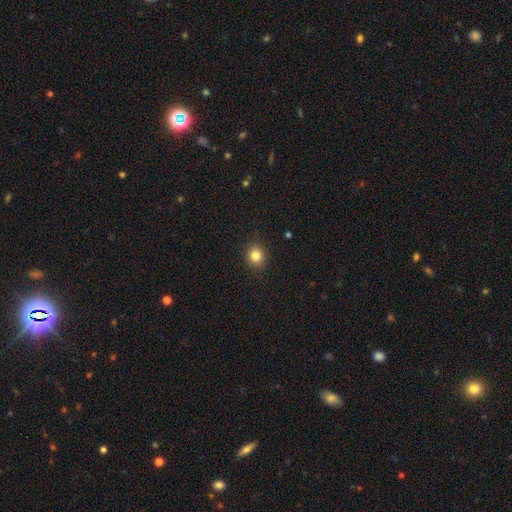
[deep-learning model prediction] Smooth or featured? smooth (83%)
How rounded? round (86%)
Merging? none (91%)